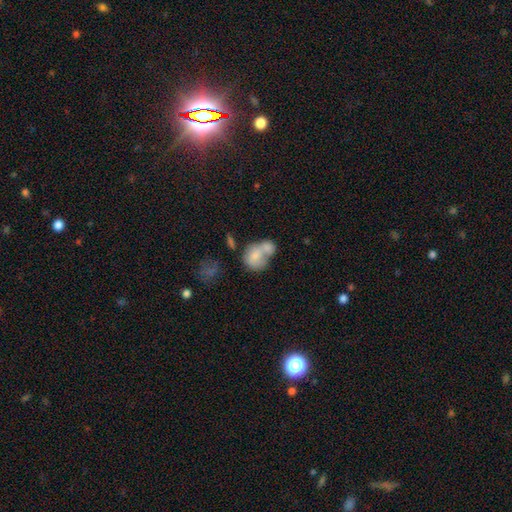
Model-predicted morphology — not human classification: Smooth or featured?
  - smooth: 72% *
  - featured or disk: 20%
  - star or artifact: 8%
How rounded?
  - in between: 51% *
  - round: 48%
  - cigar-shaped: 1%
Merging?
  - merger: 65% *
  - none: 20%
  - minor disturbance: 9%
  - major disturbance: 6%